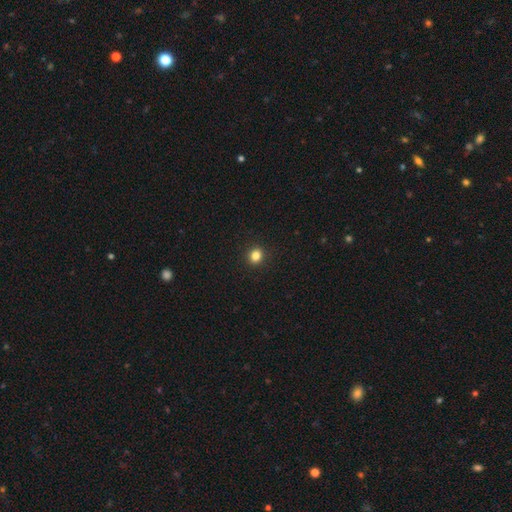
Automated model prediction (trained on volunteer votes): The model was most divided on "how rounded": round: 82%, in between: 17%, cigar-shaped: 1%. More confident: merging — none (92%); smooth or featured — smooth (83%).